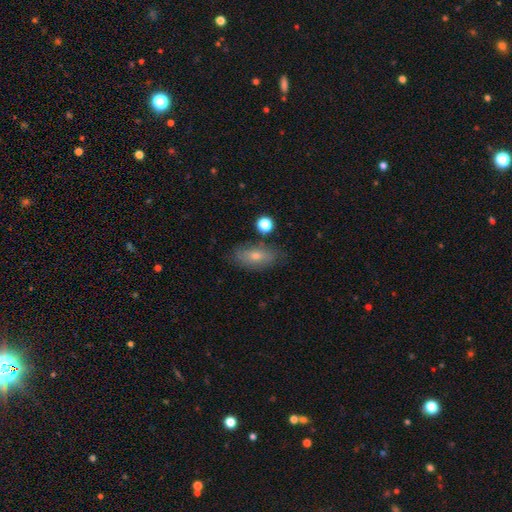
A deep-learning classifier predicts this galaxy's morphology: smooth-or-featured: smooth: 57% | featured or disk: 32% | star or artifact: 11%
  how-rounded: in between: 82% | cigar-shaped: 9% | round: 9%
  merging: none: 76% | minor disturbance: 16% | major disturbance: 4% | merger: 4%